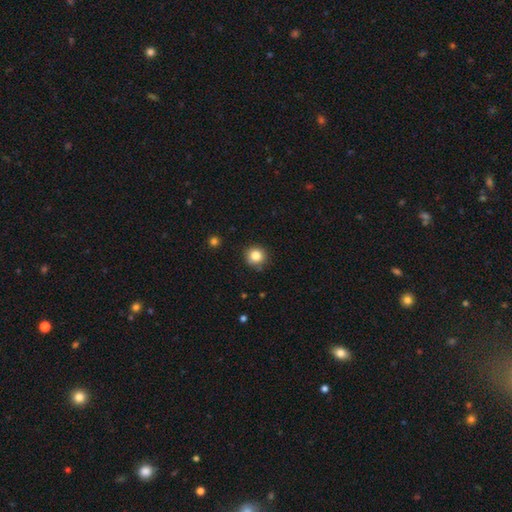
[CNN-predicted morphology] Smooth or featured?
  - smooth: 83% *
  - star or artifact: 11%
  - featured or disk: 6%
How rounded?
  - round: 92% *
  - in between: 7%
  - cigar-shaped: 1%
Merging?
  - none: 87% *
  - minor disturbance: 9%
  - major disturbance: 2%
  - merger: 2%